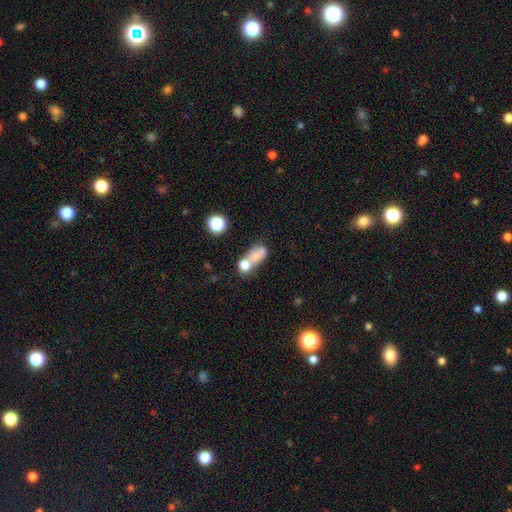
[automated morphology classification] Smooth or featured?
  - smooth: 65% *
  - featured or disk: 22%
  - star or artifact: 13%
How rounded?
  - in between: 59% *
  - round: 35%
  - cigar-shaped: 6%
Merging?
  - merger: 60% *
  - none: 20%
  - major disturbance: 10%
  - minor disturbance: 10%